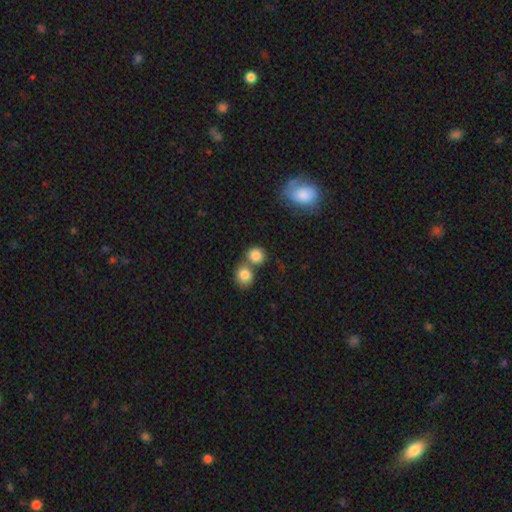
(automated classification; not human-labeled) The model was most divided on "merging": none: 49%, merger: 41%, minor disturbance: 8%, major disturbance: 3%. More confident: smooth or featured — smooth (84%); how rounded — round (83%).